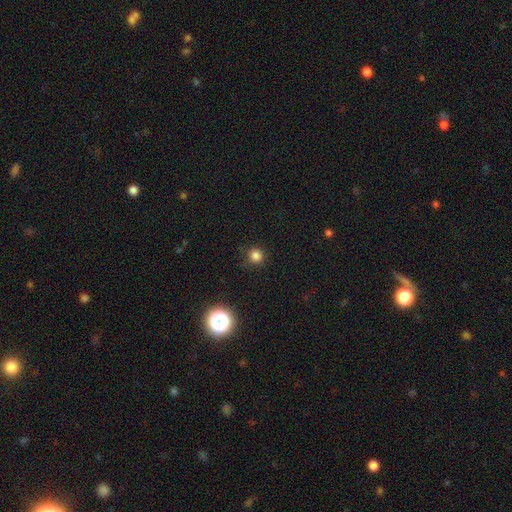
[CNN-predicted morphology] smooth_or_featured: smooth (p=0.79) [alt: star or artifact p=0.17]
how_rounded: round (p=0.94) [alt: in between p=0.05]
merging: none (p=0.86) [alt: minor disturbance p=0.10]